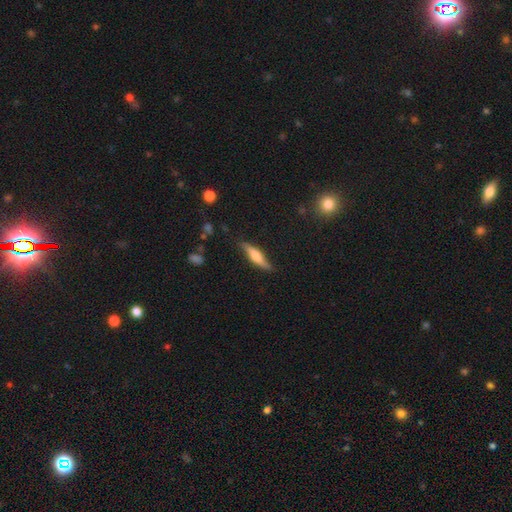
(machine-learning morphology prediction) type=featured or disk (47%, tied with smooth); merging=none (78%).